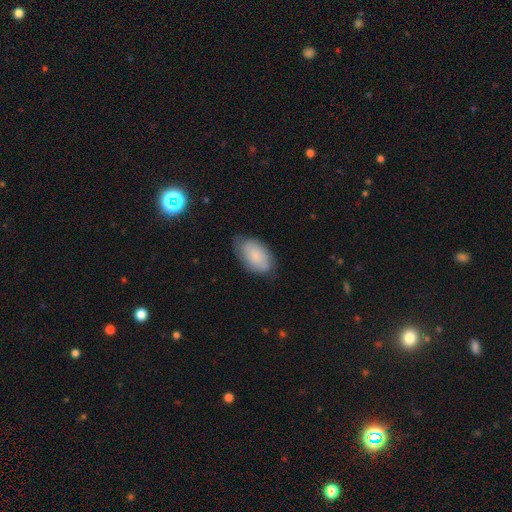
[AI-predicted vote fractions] Smooth or featured? Predicted: smooth (p=0.74). How rounded? Predicted: in between (p=0.94). Merging? Predicted: none (p=0.69).